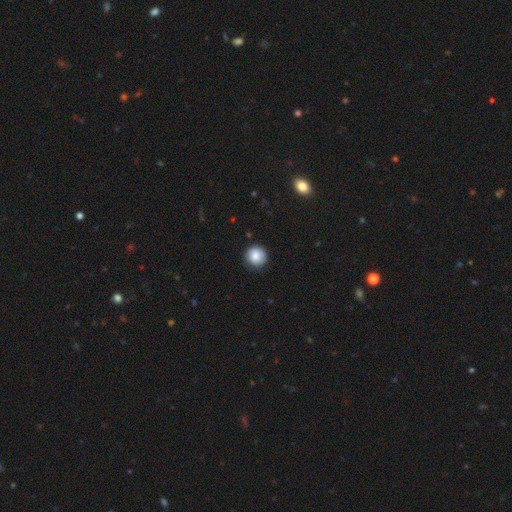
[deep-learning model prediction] This is clearly a smooth galaxy (83%). How rounded: clearly round (93%). Merging: clearly none (86%).